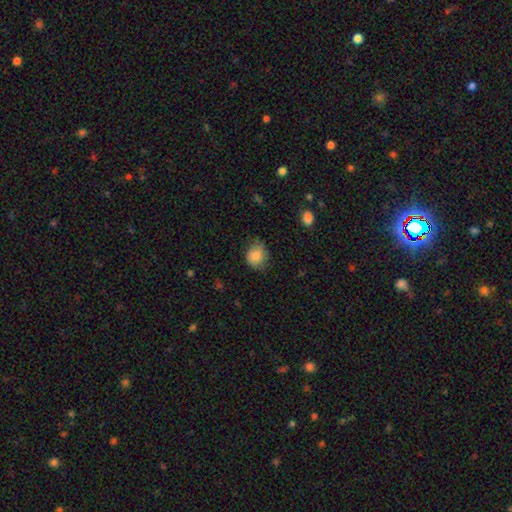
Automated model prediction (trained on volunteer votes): This appears to be a smooth galaxy with no disk features (82%) that is round (66%). Merging: none (61%).